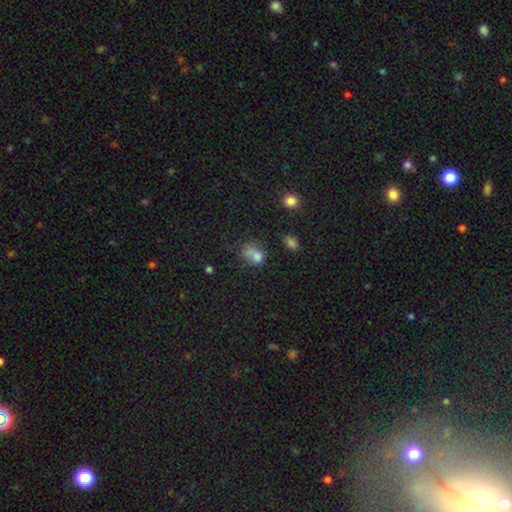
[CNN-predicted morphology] Overall: smooth (71%). How rounded: in between (60%; round 38%). Merging: none (31%; merger 29%).